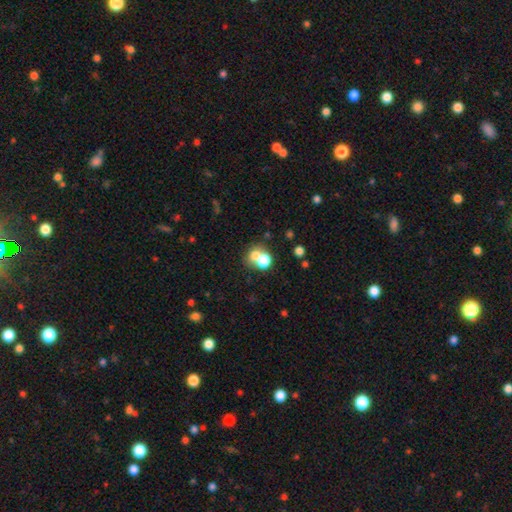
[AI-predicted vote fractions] A smooth galaxy with no disk features (69%) that is round (65%). Merging: merger (51%).